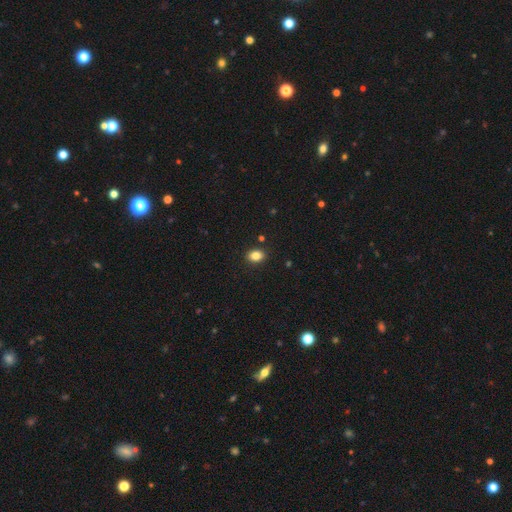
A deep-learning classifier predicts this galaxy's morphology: A smooth galaxy with no disk features (84%) that is in between round and cigar-shaped (66%).

Vote fractions:
- Smooth or featured? smooth: 84% / star or artifact: 10% / featured or disk: 6%
- How rounded? in between: 66% / round: 33% / cigar-shaped: 1%
- Merging? none: 88% / minor disturbance: 9% / major disturbance: 2% / merger: 2%